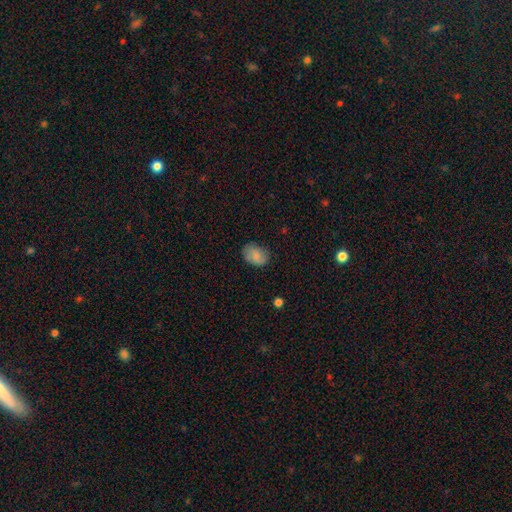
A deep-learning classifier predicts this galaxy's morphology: The model was most divided on "how rounded": in between: 74%, round: 25%, cigar-shaped: 1%. More confident: smooth or featured — smooth (79%); merging — none (76%).